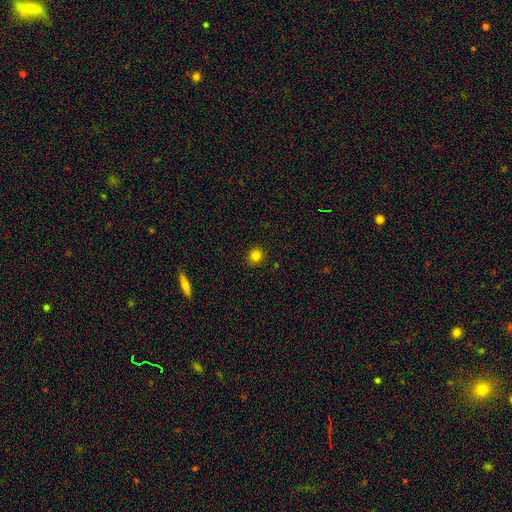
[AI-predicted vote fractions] This is clearly a smooth galaxy (81%). How rounded: clearly round (87%). Merging: clearly none (91%).